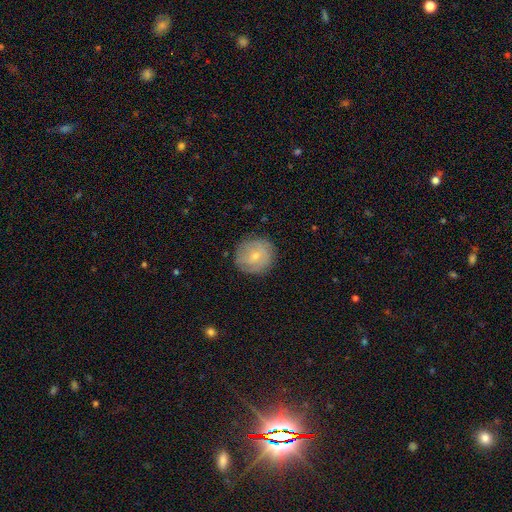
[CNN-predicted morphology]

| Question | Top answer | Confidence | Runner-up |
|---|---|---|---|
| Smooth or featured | smooth | 59% | featured or disk (33%) |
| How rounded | round | 91% | in between (8%) |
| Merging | none | 84% | minor disturbance (12%) |